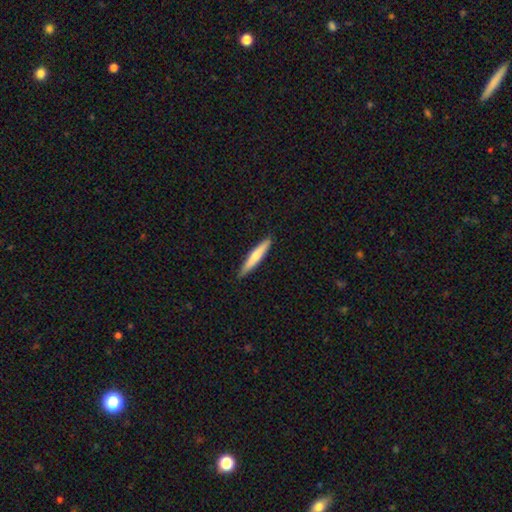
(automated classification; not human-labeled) The model was most divided on "smooth or featured": smooth: 65%, featured or disk: 30%, star or artifact: 5%. More confident: how rounded — cigar-shaped (93%); merging — none (89%).